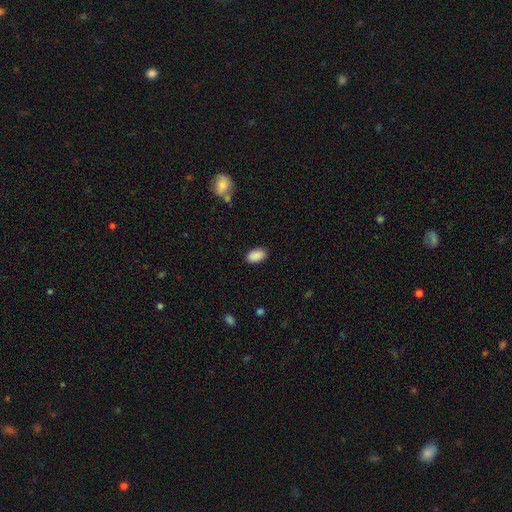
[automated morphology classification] This is clearly a smooth galaxy (90%). How rounded: clearly in between (93%). Merging: clearly none (86%).